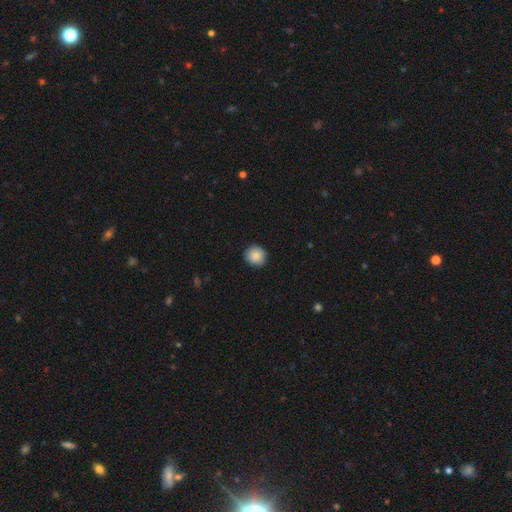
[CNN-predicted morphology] Smooth or featured: smooth — 89% (star or artifact — 8%)
How rounded: round — 90% (in between — 9%)
Merging: none — 90% (minor disturbance — 7%)